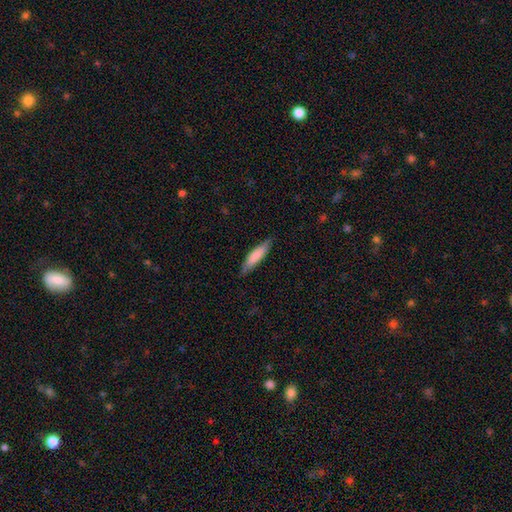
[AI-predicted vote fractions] A smooth galaxy with no disk features (77%) that is cigar-shaped (78%).

Vote fractions:
- Smooth or featured? smooth: 77% / featured or disk: 18% / star or artifact: 5%
- How rounded? cigar-shaped: 78% / in between: 21% / round: 1%
- Merging? none: 84% / minor disturbance: 13% / major disturbance: 2% / merger: 1%